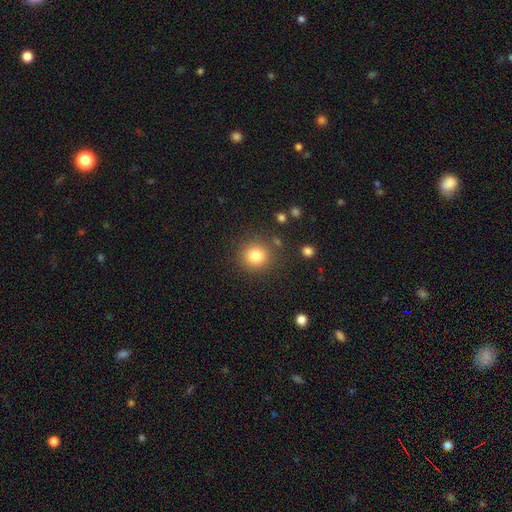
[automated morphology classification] Q: Smooth or featured?
A: smooth (81%); runner-up: star or artifact (12%)
Q: How rounded?
A: round (92%); runner-up: in between (7%)
Q: Merging?
A: none (86%); runner-up: minor disturbance (8%)